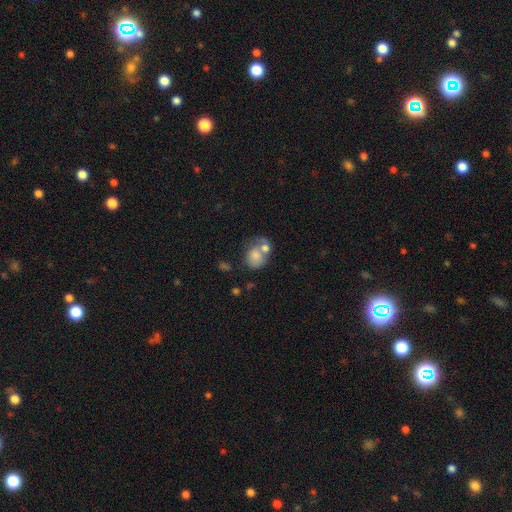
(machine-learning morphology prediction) A smooth galaxy with no disk features (70%) that is round (54%).

Vote fractions:
- Smooth or featured? smooth: 70% / featured or disk: 21% / star or artifact: 9%
- How rounded? round: 54% / in between: 45% / cigar-shaped: 1%
- Merging? merger: 51% / none: 26% / minor disturbance: 13% / major disturbance: 11%